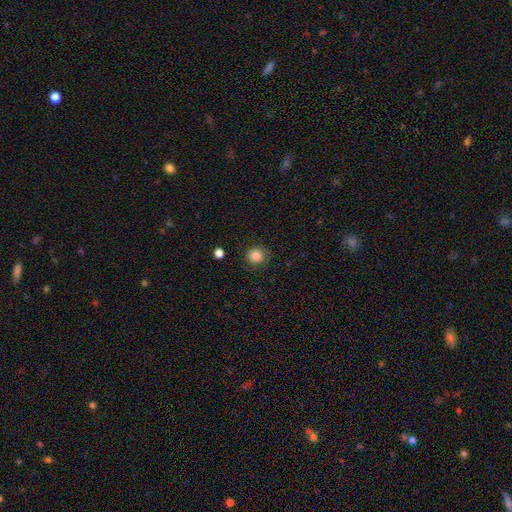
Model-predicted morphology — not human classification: Smooth or featured? Predicted: smooth (p=0.85). How rounded? Predicted: round (p=0.89). Merging? Predicted: none (p=0.84).